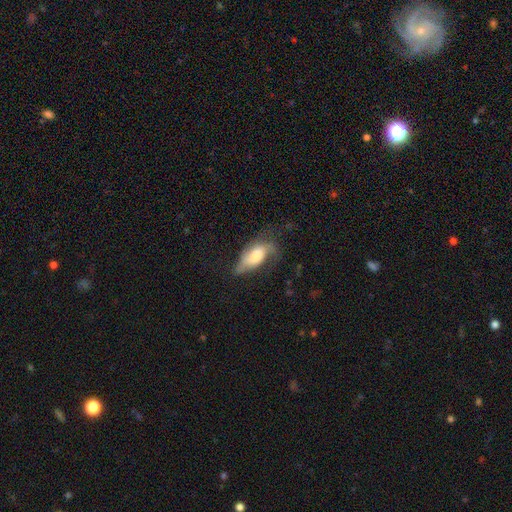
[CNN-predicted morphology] Overall: smooth (50%; featured or disk 43%). Merging: none (34%; minor disturbance 32%).